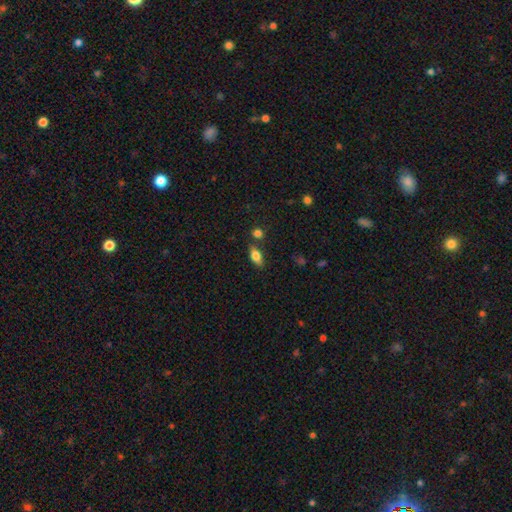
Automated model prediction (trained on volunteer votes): A smooth galaxy with no disk features (74%) that is in between round and cigar-shaped (82%).

Vote fractions:
- Smooth or featured? smooth: 74% / featured or disk: 18% / star or artifact: 8%
- How rounded? in between: 82% / cigar-shaped: 13% / round: 5%
- Merging? none: 76% / minor disturbance: 13% / merger: 8% / major disturbance: 3%